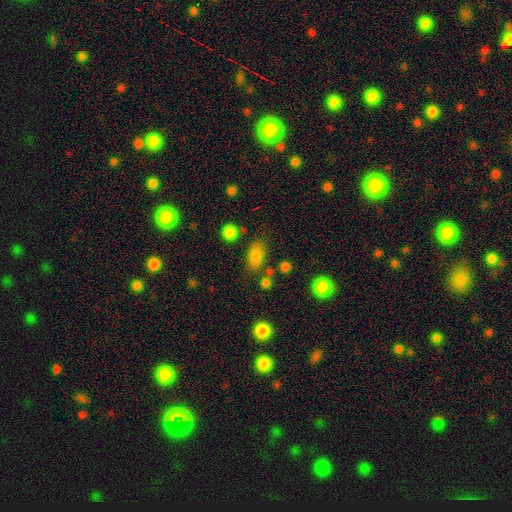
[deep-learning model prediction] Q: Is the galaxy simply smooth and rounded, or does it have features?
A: smooth — 83%.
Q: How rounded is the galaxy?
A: in between — 88%.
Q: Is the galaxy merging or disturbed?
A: none — 72%.